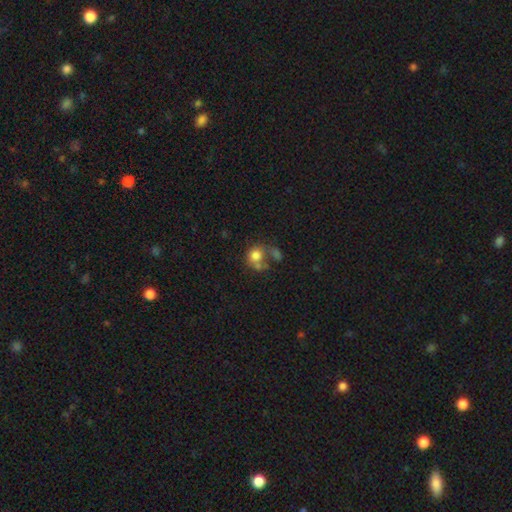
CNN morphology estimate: Overall: smooth (73%). How rounded: round (70%). Merging: merger (37%; none 36%).